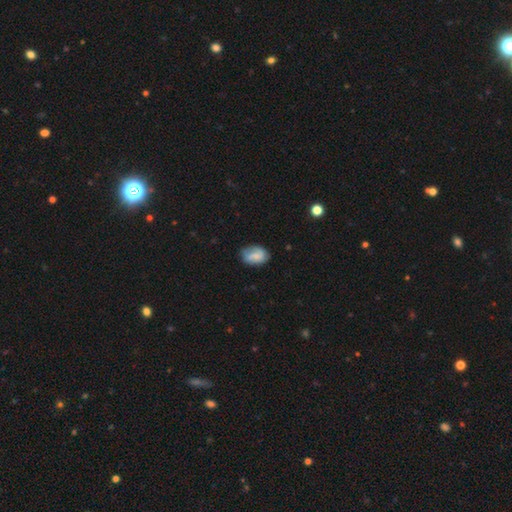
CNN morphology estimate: Smooth or featured?
  - smooth: 66% *
  - featured or disk: 27%
  - star or artifact: 7%
How rounded?
  - in between: 83% *
  - round: 15%
  - cigar-shaped: 1%
Merging?
  - none: 68% *
  - minor disturbance: 25%
  - major disturbance: 6%
  - merger: 2%